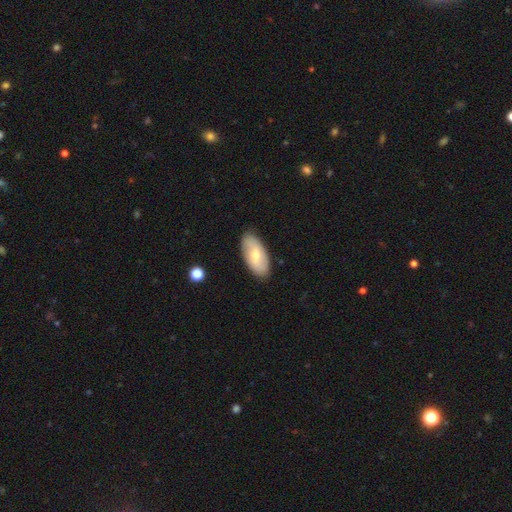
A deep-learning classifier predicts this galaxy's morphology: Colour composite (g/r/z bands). It shows a smooth galaxy with no disk features (60%) that is in between round and cigar-shaped (93%). Merging: none (87%).